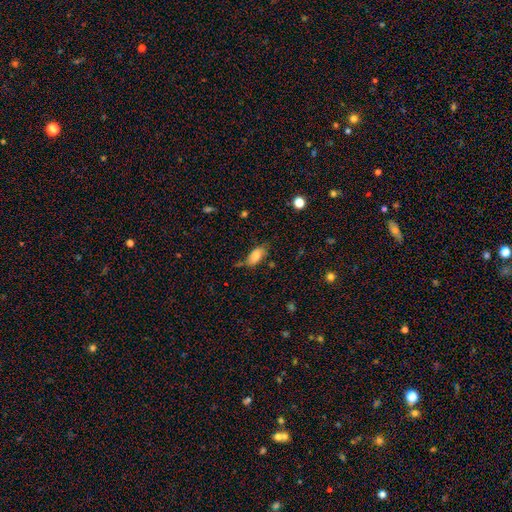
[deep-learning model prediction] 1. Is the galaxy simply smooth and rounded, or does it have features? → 77% smooth, 15% featured or disk, 8% star or artifact.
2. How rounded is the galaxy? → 90% in between, 6% cigar-shaped, 4% round.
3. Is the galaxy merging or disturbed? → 57% none, 29% minor disturbance, 9% major disturbance, 6% merger.